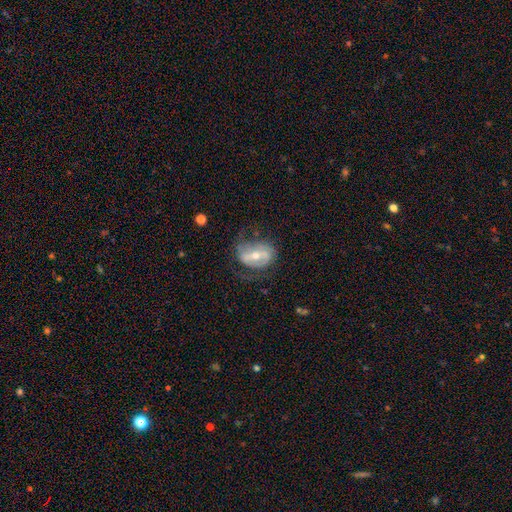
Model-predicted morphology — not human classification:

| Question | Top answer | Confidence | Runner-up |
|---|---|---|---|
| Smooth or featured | featured or disk | 69% | smooth (24%) |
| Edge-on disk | no | 95% | yes (5%) |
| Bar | strong | 45% | weak (36%) |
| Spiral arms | yes | 67% | no (33%) |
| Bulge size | moderate | 59% | small (35%) |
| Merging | none | 49% | minor disturbance (26%) |